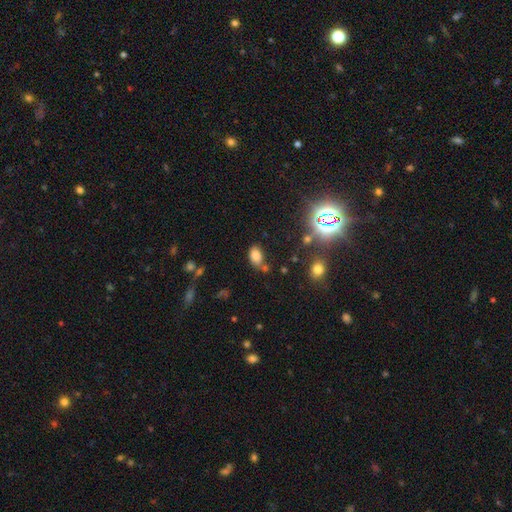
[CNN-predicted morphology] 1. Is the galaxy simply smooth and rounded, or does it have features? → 78% smooth, 15% star or artifact, 7% featured or disk.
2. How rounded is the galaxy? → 88% in between, 11% round, 2% cigar-shaped.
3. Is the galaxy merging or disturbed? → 62% none, 19% minor disturbance, 13% merger, 6% major disturbance.